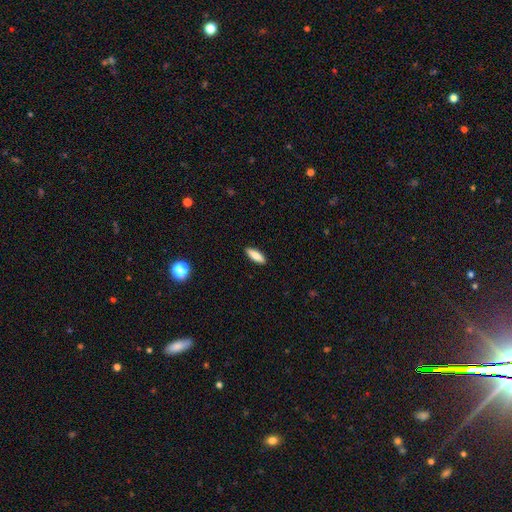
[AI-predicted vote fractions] Overall: smooth (81%). How rounded: in between (50%; cigar-shaped 48%). Merging: none (90%).